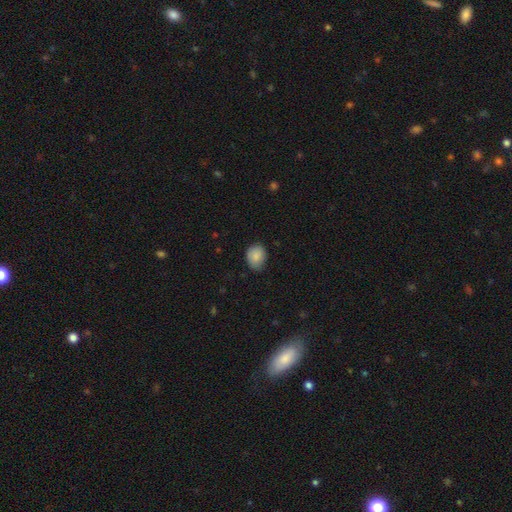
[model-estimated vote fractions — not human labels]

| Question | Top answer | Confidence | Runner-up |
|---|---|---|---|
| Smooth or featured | smooth | 86% | star or artifact (8%) |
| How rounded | in between | 52% | round (47%) |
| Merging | none | 69% | minor disturbance (26%) |